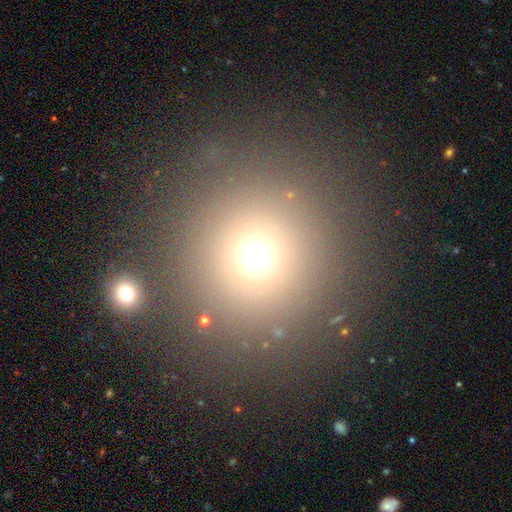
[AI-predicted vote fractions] Smooth or featured? Predicted: smooth (p=0.67). How rounded? Predicted: round (p=0.94). Merging? Predicted: none (p=0.84).